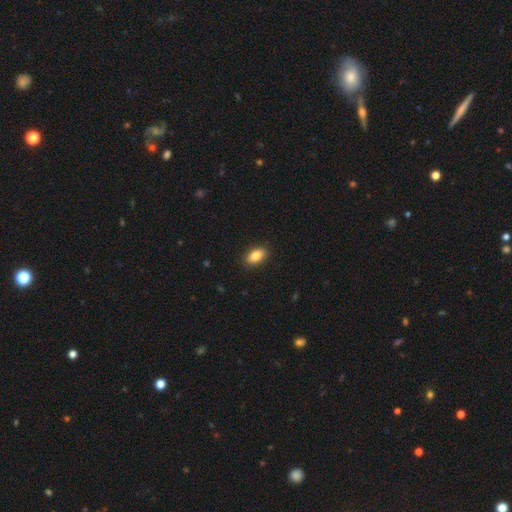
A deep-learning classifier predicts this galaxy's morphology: Smooth or featured?
  - smooth: 85% *
  - star or artifact: 7%
  - featured or disk: 7%
How rounded?
  - in between: 91% *
  - round: 5%
  - cigar-shaped: 4%
Merging?
  - none: 90% *
  - minor disturbance: 7%
  - major disturbance: 2%
  - merger: 1%